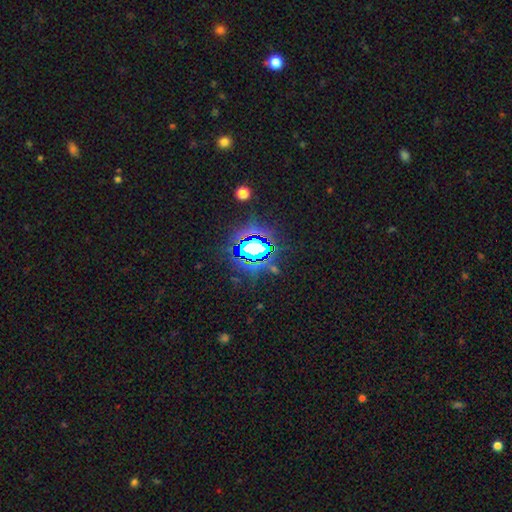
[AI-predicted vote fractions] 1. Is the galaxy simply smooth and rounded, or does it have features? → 81% star or artifact, 13% smooth, 6% featured or disk.